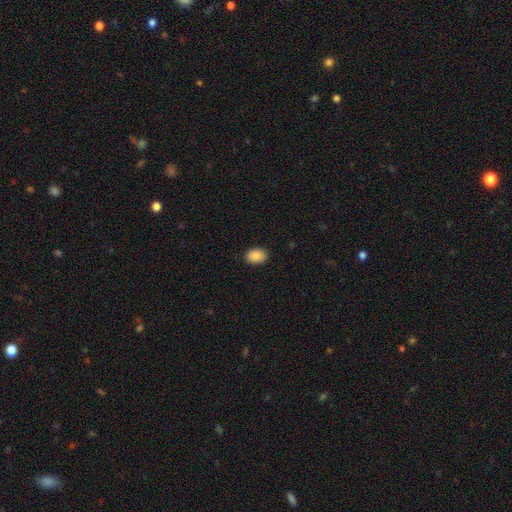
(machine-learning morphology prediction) A smooth galaxy with no disk features (89%) that is in between round and cigar-shaped (78%).

Vote fractions:
- Smooth or featured? smooth: 89% / star or artifact: 8% / featured or disk: 3%
- How rounded? in between: 78% / round: 21% / cigar-shaped: 1%
- Merging? none: 88% / minor disturbance: 9% / major disturbance: 2% / merger: 1%